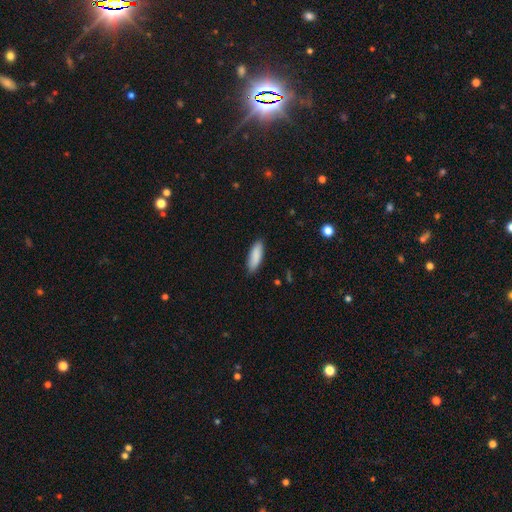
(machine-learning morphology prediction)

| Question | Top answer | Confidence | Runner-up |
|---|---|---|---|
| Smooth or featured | smooth | 89% | star or artifact (6%) |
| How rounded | in between | 62% | cigar-shaped (36%) |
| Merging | none | 87% | minor disturbance (10%) |